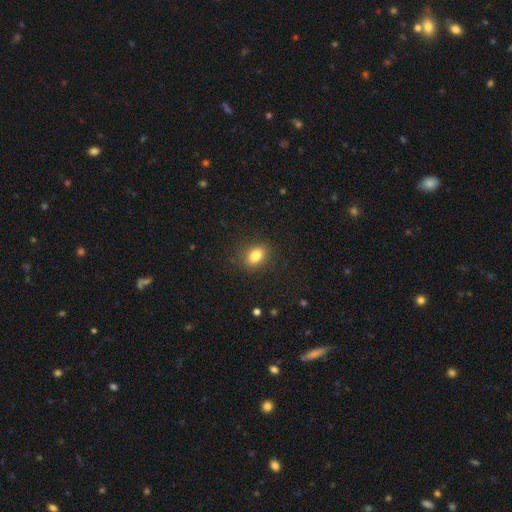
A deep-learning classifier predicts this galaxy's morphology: Smooth or featured: smooth — 83% (star or artifact — 10%)
How rounded: in between — 67% (round — 31%)
Merging: none — 86% (minor disturbance — 10%)